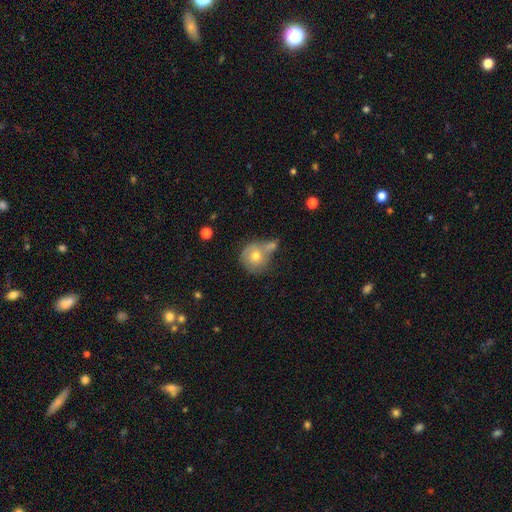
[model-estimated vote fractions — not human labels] smooth-or-featured: smooth: 65% | featured or disk: 26% | star or artifact: 8%
  how-rounded: round: 87% | in between: 12% | cigar-shaped: 1%
  merging: none: 41% | merger: 35% | minor disturbance: 16% | major disturbance: 8%